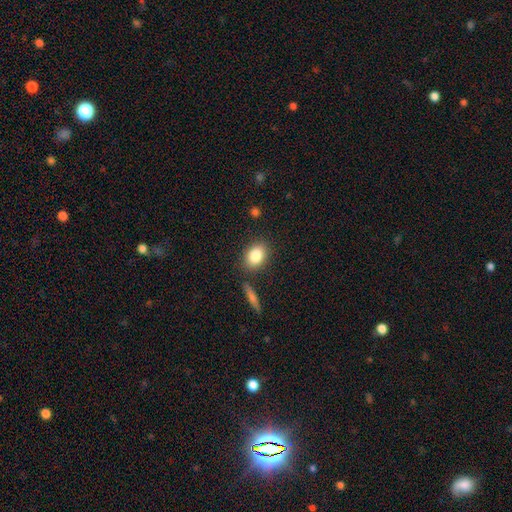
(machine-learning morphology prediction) Smooth or featured?
  - smooth: 84% *
  - featured or disk: 8%
  - star or artifact: 8%
How rounded?
  - in between: 74% *
  - round: 24%
  - cigar-shaped: 2%
Merging?
  - none: 81% *
  - minor disturbance: 10%
  - merger: 5%
  - major disturbance: 3%